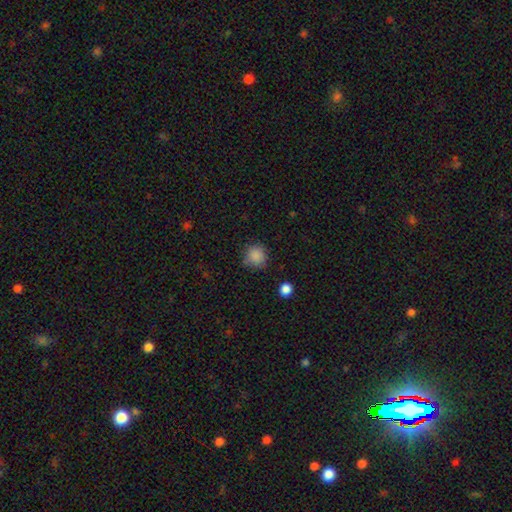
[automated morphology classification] Smooth or featured? Predicted: smooth (p=0.86). How rounded? Predicted: round (p=0.90). Merging? Predicted: none (p=0.79).